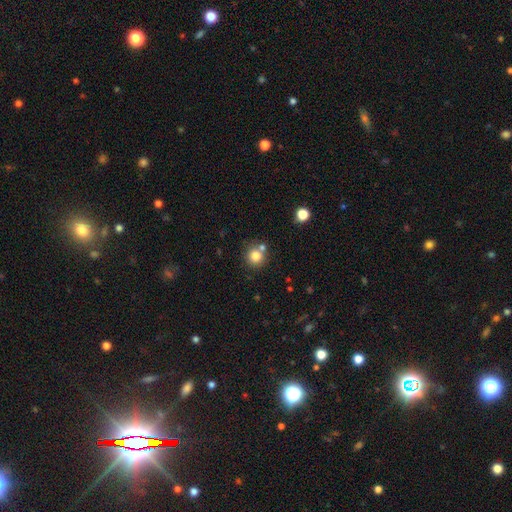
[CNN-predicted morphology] Overall: smooth (80%). How rounded: round (91%). Merging: none (69%).